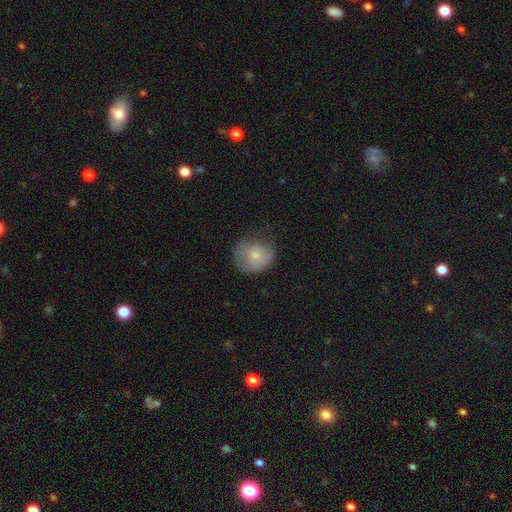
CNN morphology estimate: Smooth or featured? smooth (74%)
How rounded? round (74%)
Merging? none (54%)